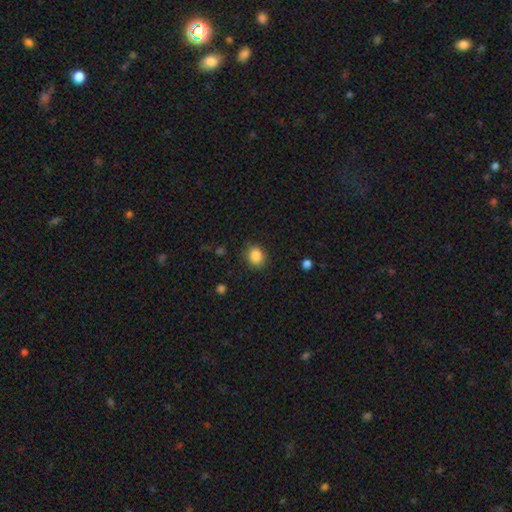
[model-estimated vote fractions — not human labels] The model was most divided on "how rounded": round: 62%, in between: 37%, cigar-shaped: 1%. More confident: smooth or featured — smooth (87%); merging — none (85%).